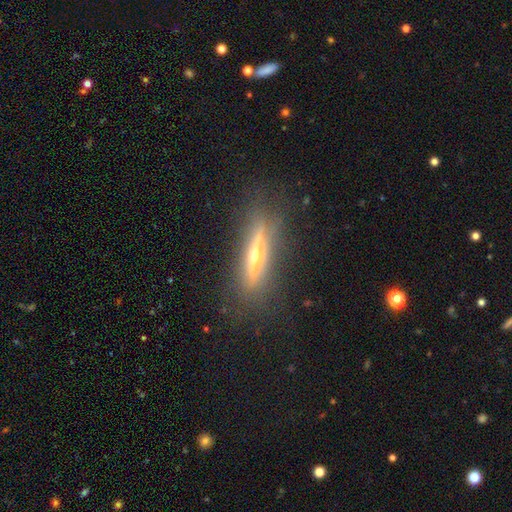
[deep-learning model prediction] Overall: featured or disk (68%). Edge-on disk: yes (91%). Edge-on bulge: rounded (87%). Merging: none (80%).